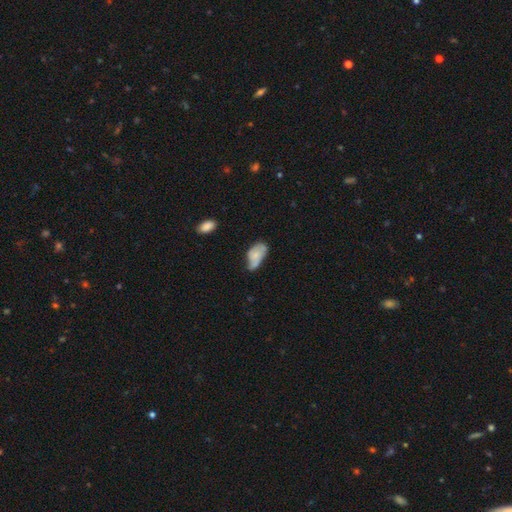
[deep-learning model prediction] This appears to be a smooth galaxy with no disk features (59%) that is in between round and cigar-shaped (92%). Merging: minor disturbance (42%).